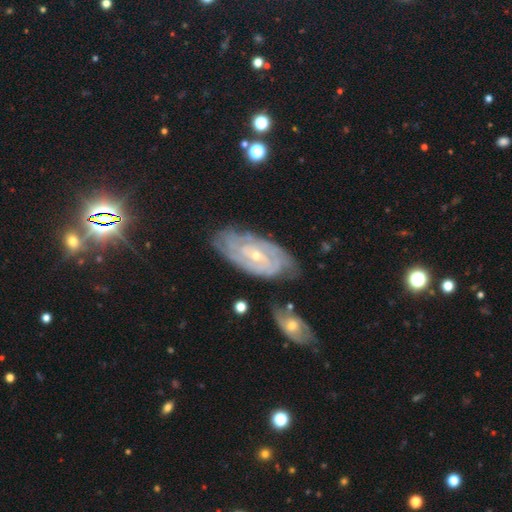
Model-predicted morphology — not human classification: Smooth or featured: featured or disk — 84% (smooth — 9%)
Edge-on disk: no — 94% (yes — 6%)
Bar: no — 54% (weak — 35%)
Spiral arms: yes — 95% (no — 5%)
Spiral winding: tight — 73% (medium — 22%)
Spiral arm count: can't tell — 37% (2 — 22%)
Bulge size: small — 71% (moderate — 26%)
Merging: none — 72% (minor disturbance — 18%)